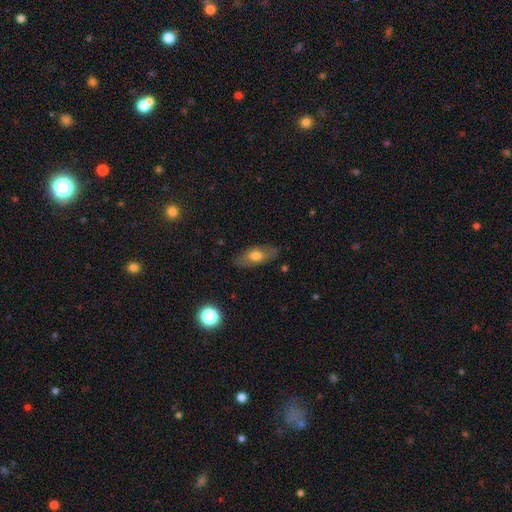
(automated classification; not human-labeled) Smooth or featured? smooth (62%)
How rounded? in between (81%)
Merging? none (80%)